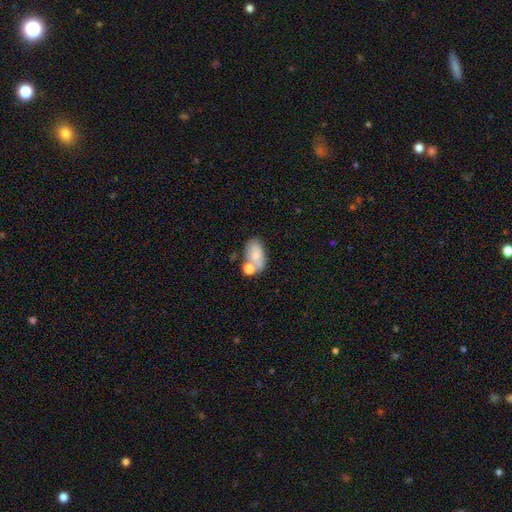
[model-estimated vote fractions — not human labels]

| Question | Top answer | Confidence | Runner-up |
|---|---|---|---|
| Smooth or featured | smooth | 67% | featured or disk (24%) |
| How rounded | in between | 89% | round (9%) |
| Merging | none | 45% | merger (30%) |